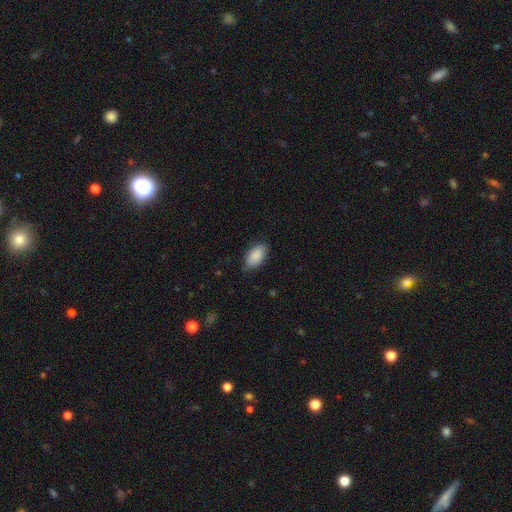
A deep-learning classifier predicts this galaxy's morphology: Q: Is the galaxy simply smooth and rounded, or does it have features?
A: smooth — 89%.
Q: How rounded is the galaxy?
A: in between — 94%.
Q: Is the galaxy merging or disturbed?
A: none — 81%.